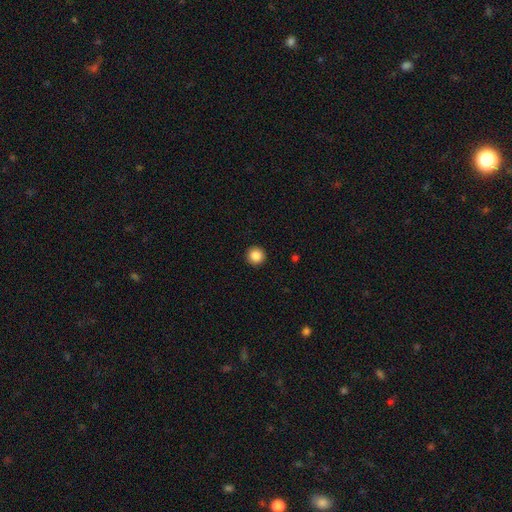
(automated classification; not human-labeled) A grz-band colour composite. It shows a smooth galaxy with no disk features (87%) that is round (96%). Merging: none (94%).